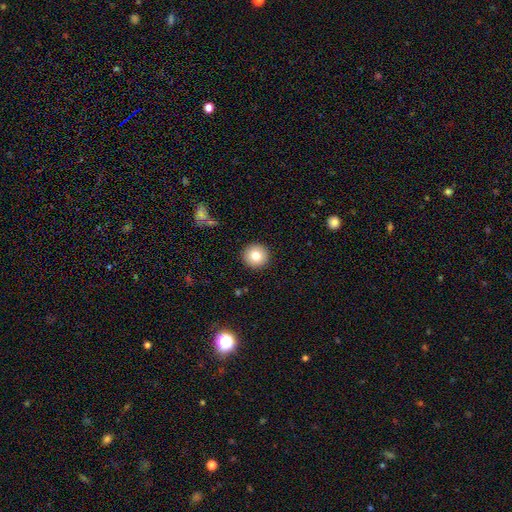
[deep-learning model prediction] Q: Smooth or featured?
A: smooth (80%); runner-up: featured or disk (11%)
Q: How rounded?
A: round (95%); runner-up: in between (4%)
Q: Merging?
A: none (92%); runner-up: minor disturbance (5%)